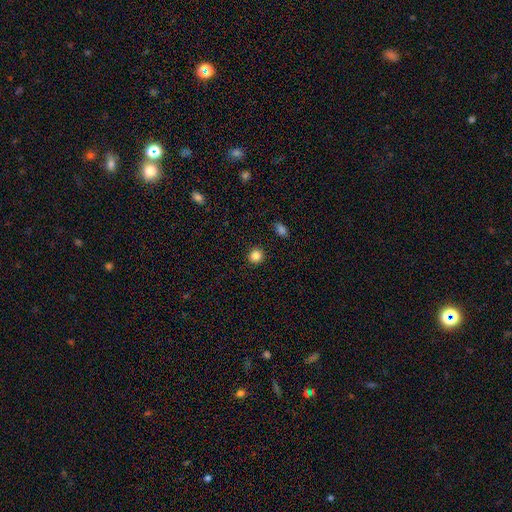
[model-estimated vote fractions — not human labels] This is clearly a smooth galaxy (85%). How rounded: clearly round (92%). Merging: clearly none (92%).